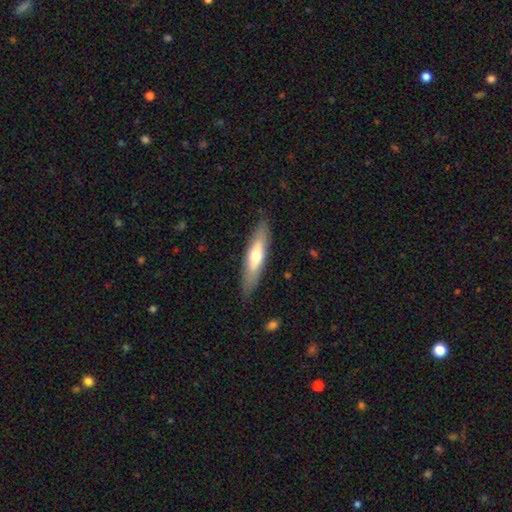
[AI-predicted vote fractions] smooth-or-featured: smooth: 54% | featured or disk: 41% | star or artifact: 5%
  how-rounded: cigar-shaped: 69% | in between: 29% | round: 2%
  merging: none: 84% | minor disturbance: 12% | major disturbance: 3% | merger: 1%